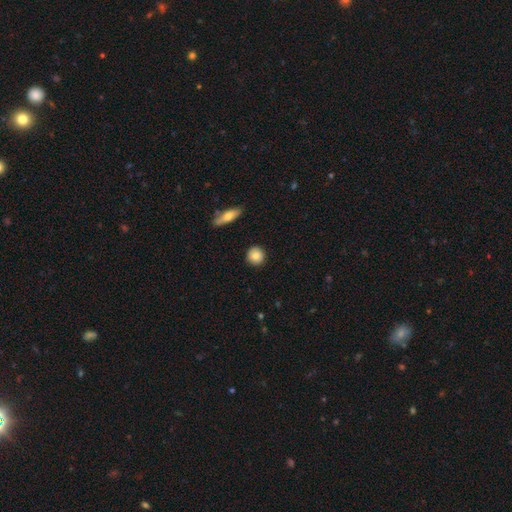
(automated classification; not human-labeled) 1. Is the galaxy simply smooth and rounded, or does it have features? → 81% smooth, 12% featured or disk, 8% star or artifact.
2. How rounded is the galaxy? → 92% round, 6% in between, 2% cigar-shaped.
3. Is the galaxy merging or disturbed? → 90% none, 7% minor disturbance, 2% major disturbance, 1% merger.